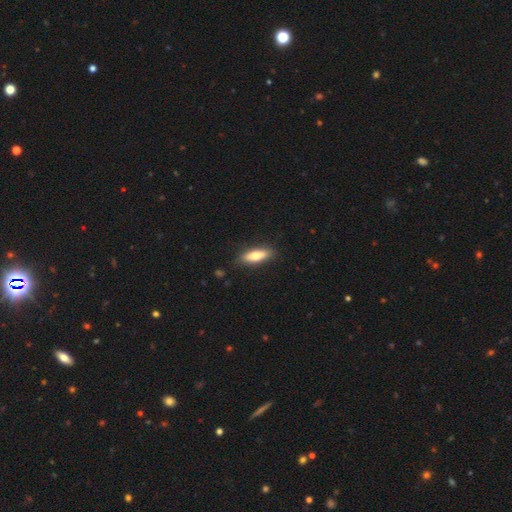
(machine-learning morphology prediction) Smooth or featured?
  - smooth: 67% *
  - featured or disk: 27%
  - star or artifact: 6%
How rounded?
  - in between: 54% *
  - cigar-shaped: 43%
  - round: 2%
Merging?
  - none: 87% *
  - minor disturbance: 10%
  - major disturbance: 2%
  - merger: 1%